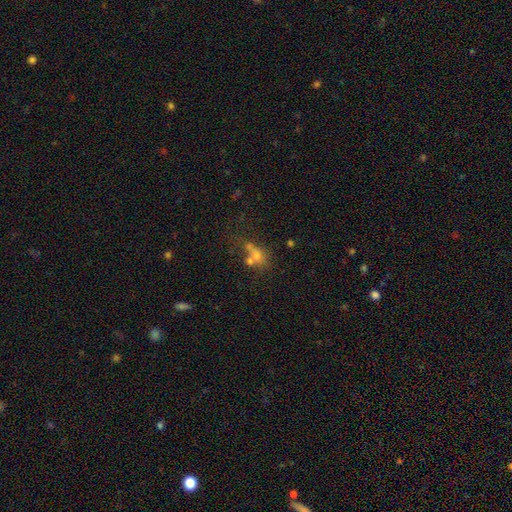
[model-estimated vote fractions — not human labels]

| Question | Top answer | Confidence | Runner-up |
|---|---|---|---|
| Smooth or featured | smooth | 56% | featured or disk (24%) |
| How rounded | round | 58% | in between (39%) |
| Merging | merger | 47% | none (31%) |